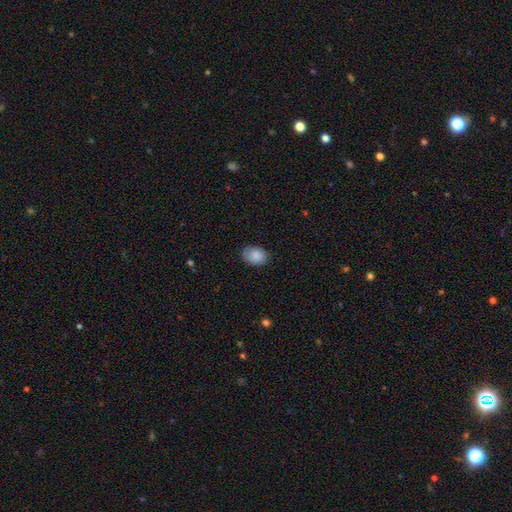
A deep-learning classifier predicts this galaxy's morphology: Smooth or featured?
  - smooth: 87% *
  - star or artifact: 7%
  - featured or disk: 6%
How rounded?
  - in between: 74% *
  - round: 25%
  - cigar-shaped: 1%
Merging?
  - none: 76% *
  - minor disturbance: 19%
  - major disturbance: 4%
  - merger: 1%